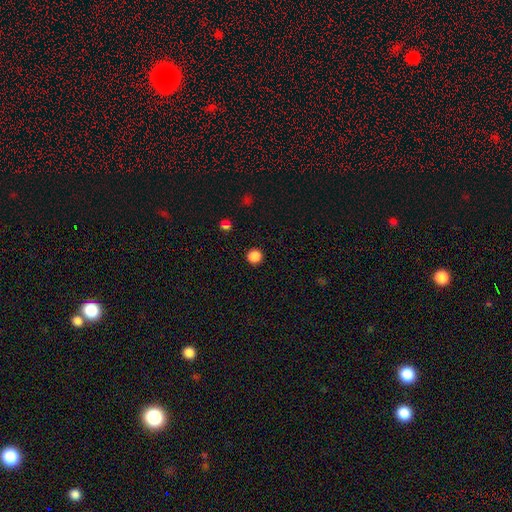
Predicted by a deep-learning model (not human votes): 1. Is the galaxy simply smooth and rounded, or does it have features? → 86% smooth, 12% star or artifact, 3% featured or disk.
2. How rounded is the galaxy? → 91% round, 8% in between, 1% cigar-shaped.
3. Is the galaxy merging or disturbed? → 92% none, 5% minor disturbance, 2% major disturbance, 1% merger.